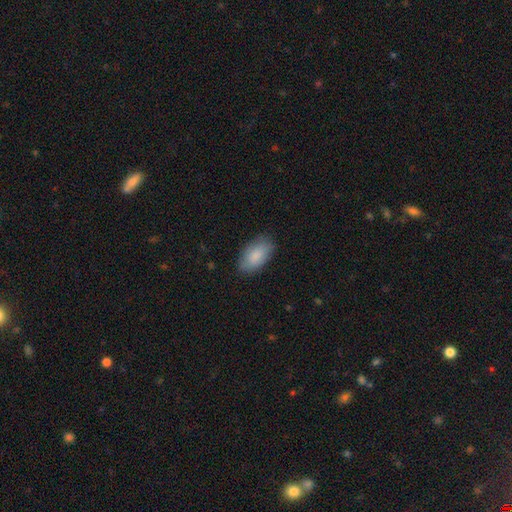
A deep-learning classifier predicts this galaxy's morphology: The model was most divided on "merging": none: 82%, minor disturbance: 14%, major disturbance: 3%, merger: 1%. More confident: how rounded — in between (94%); smooth or featured — smooth (85%).